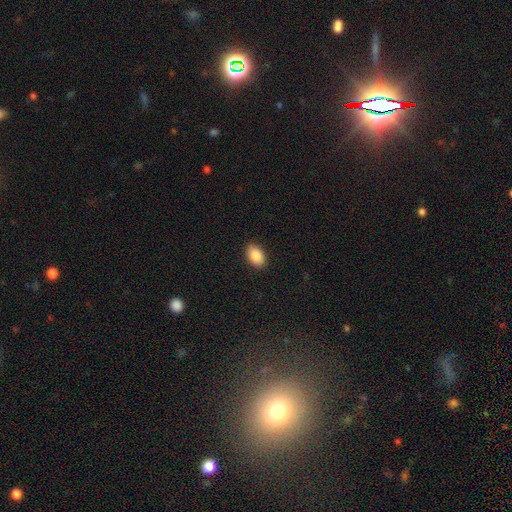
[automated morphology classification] type=smooth (88%); roundness=in between (90%); merging=none (89%).